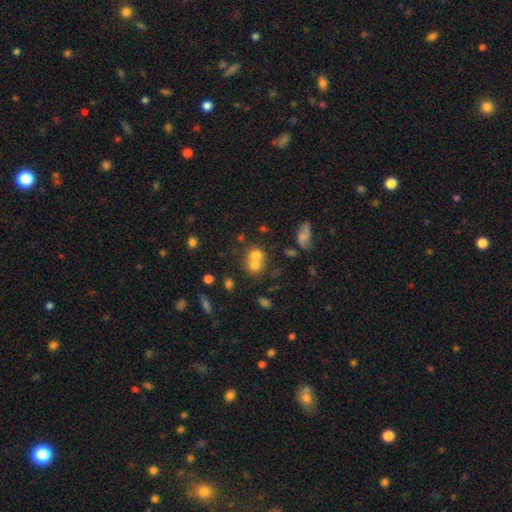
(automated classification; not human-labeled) Overall: smooth (69%). How rounded: round (73%). Merging: merger (60%; none 30%).